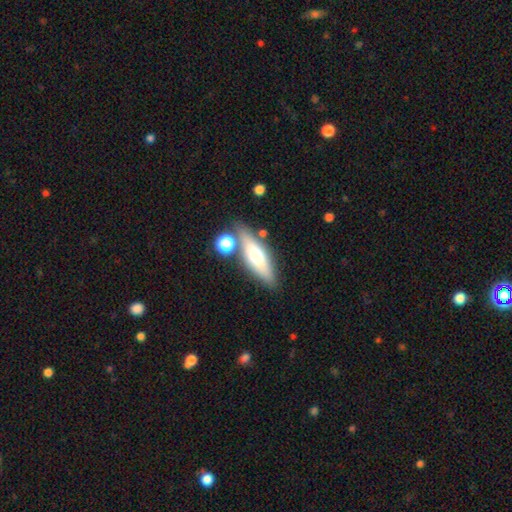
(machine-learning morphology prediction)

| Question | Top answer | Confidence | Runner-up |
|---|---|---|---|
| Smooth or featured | smooth | 52% | featured or disk (41%) |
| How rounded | cigar-shaped | 53% | in between (43%) |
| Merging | none | 76% | minor disturbance (12%) |